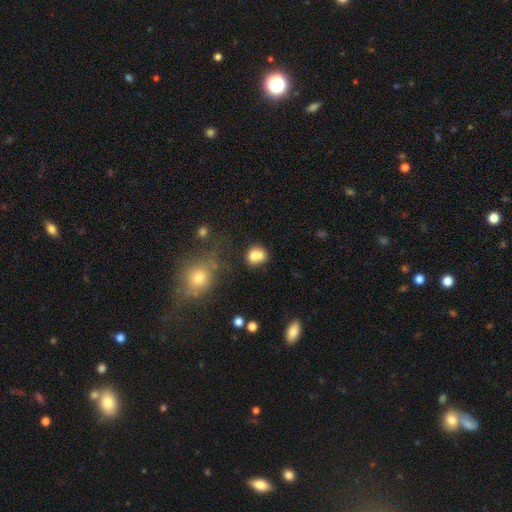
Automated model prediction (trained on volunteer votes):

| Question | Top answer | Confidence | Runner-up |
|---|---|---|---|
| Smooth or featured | smooth | 74% | featured or disk (16%) |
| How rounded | round | 68% | in between (31%) |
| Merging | merger | 51% | none (34%) |